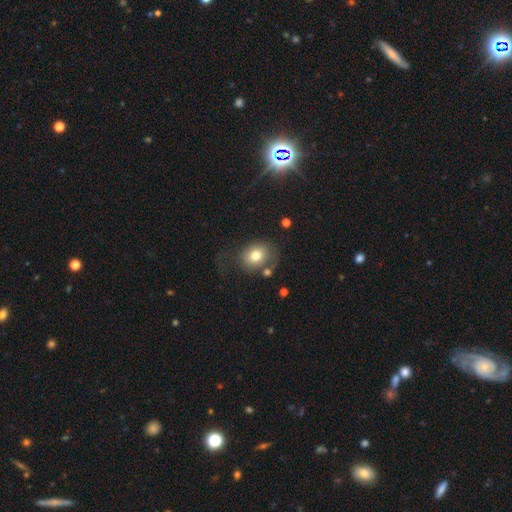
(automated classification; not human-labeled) Smooth or featured? smooth (75%)
How rounded? round (58%)
Merging? none (52%)